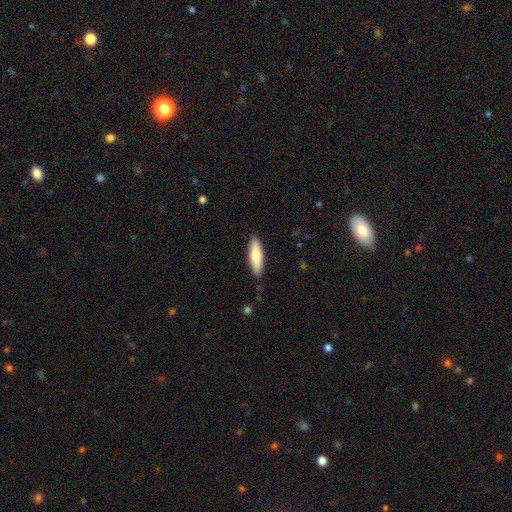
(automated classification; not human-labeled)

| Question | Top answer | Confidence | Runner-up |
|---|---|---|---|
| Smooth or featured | smooth | 66% | featured or disk (29%) |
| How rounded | cigar-shaped | 59% | in between (40%) |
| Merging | none | 88% | minor disturbance (9%) |